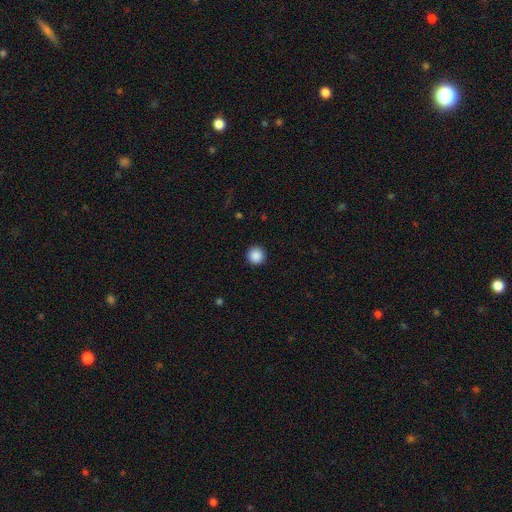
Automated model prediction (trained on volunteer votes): A smooth galaxy with no disk features (89%) that is round (95%). Merging: none (93%).